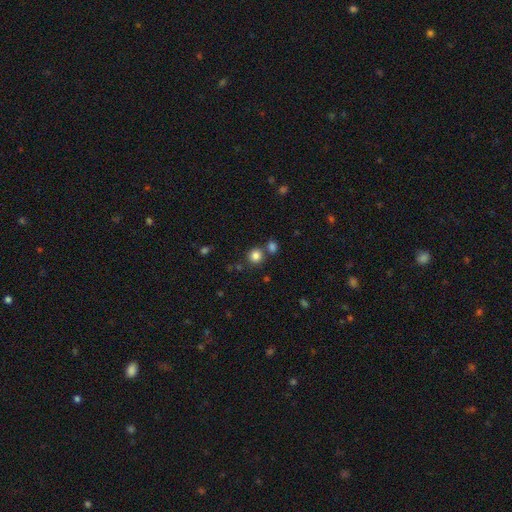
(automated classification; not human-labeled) Morphology: type=smooth (83%); roundness=round (90%); merging=none (73%).